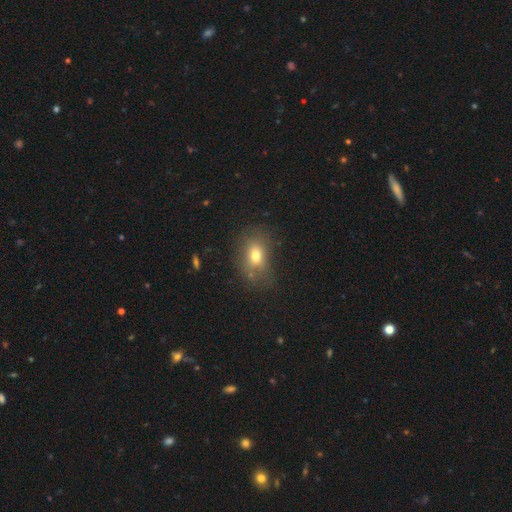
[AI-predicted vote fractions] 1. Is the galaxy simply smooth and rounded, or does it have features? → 71% smooth, 17% featured or disk, 13% star or artifact.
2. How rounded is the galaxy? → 72% in between, 26% round, 2% cigar-shaped.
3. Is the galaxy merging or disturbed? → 64% none, 22% minor disturbance, 11% major disturbance, 4% merger.